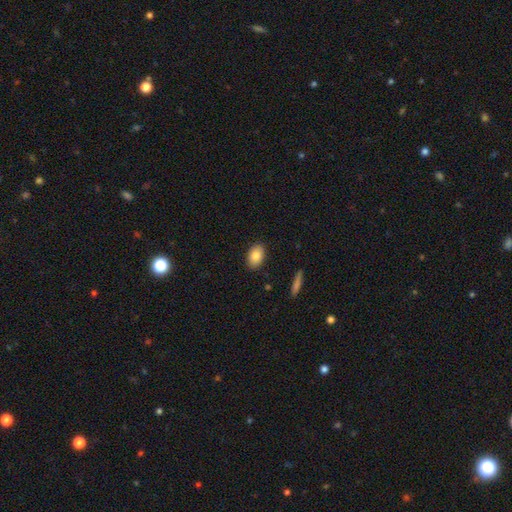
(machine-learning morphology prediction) This appears to be a smooth galaxy with no disk features (85%) that is in between round and cigar-shaped (90%). Merging: none (88%).